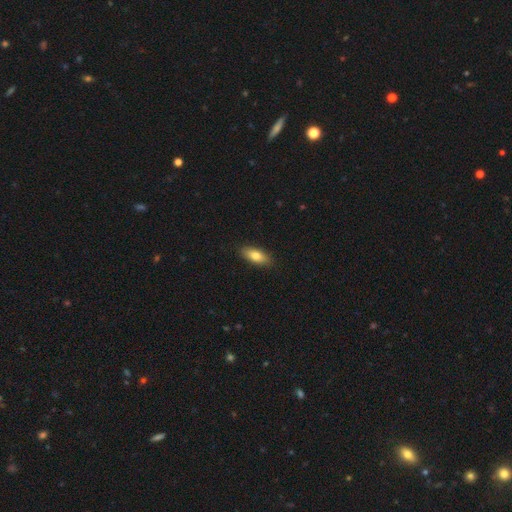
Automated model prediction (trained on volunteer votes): This appears to be a smooth galaxy with no disk features (78%) that is in between round and cigar-shaped (81%). Merging: none (88%).